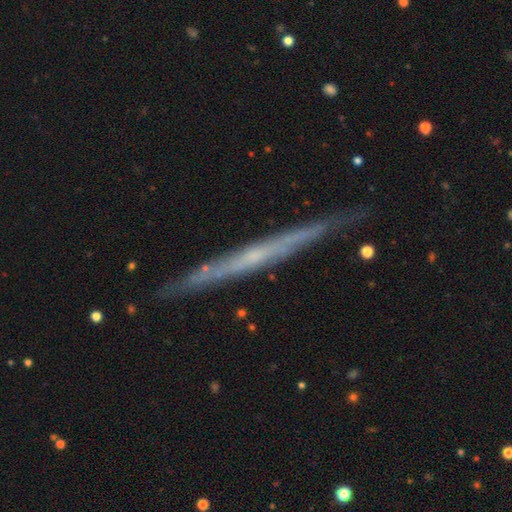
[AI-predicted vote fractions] Smooth or featured? featured or disk (72%)
Edge-on disk? yes (95%)
Edge-on bulge? none (77%)
Merging? none (87%)